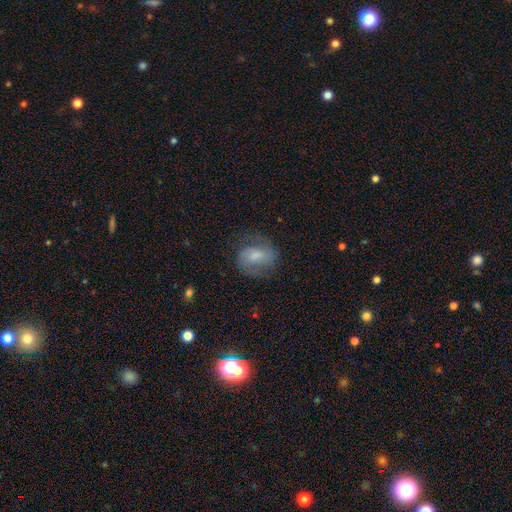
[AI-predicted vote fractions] This appears to be a featured or disk galaxy (56%) with a weak bar (48%), spiral arms (86%) and a moderate central bulge (41%). Merging: none (65%).